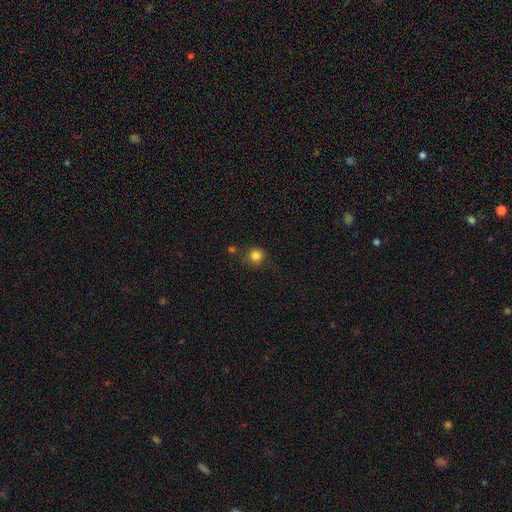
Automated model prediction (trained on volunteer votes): Smooth or featured? smooth (84%)
How rounded? round (93%)
Merging? none (78%)